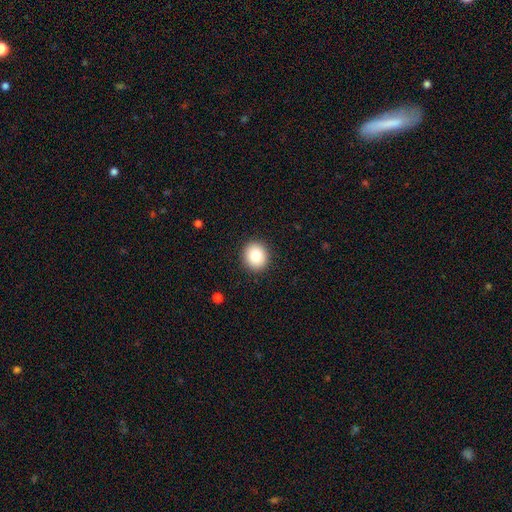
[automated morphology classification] Overall: smooth (84%). How rounded: round (83%). Merging: none (91%).